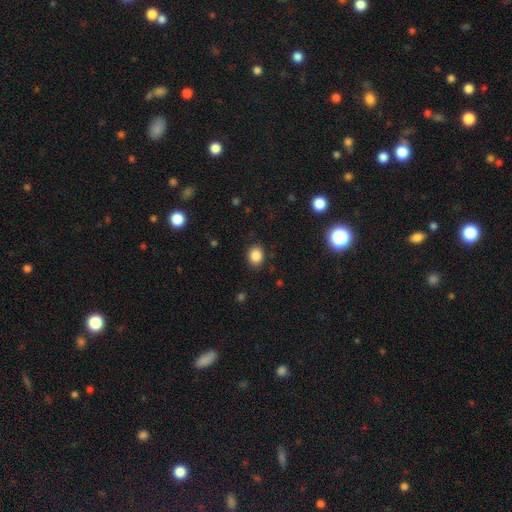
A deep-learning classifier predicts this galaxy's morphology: Smooth or featured: smooth — 86% (star or artifact — 10%)
How rounded: round — 50% (in between — 49%)
Merging: none — 87% (minor disturbance — 9%)